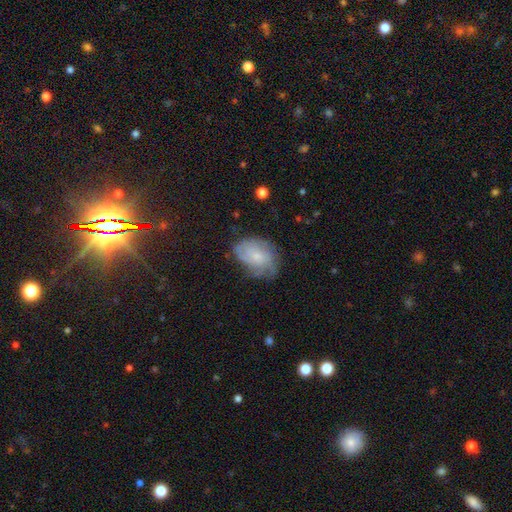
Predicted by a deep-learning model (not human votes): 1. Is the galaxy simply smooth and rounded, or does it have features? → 59% featured or disk, 32% smooth, 9% star or artifact.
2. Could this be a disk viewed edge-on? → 97% no, 3% yes.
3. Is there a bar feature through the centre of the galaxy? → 73% no, 24% weak, 3% strong.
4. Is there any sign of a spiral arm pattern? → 87% yes, 13% no.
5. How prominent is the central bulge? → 63% small, 25% moderate, 8% none, 3% large, 1% dominant.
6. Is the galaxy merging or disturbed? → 58% none, 27% minor disturbance, 13% major disturbance, 2% merger.